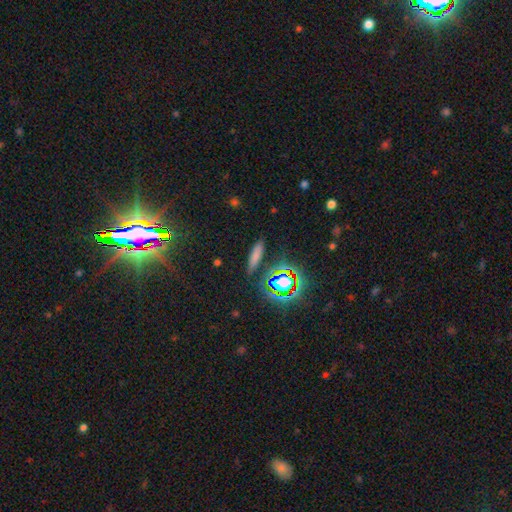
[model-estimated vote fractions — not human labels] The model was most divided on "how rounded": cigar-shaped: 70%, in between: 25%, round: 5%. More confident: merging — none (84%); smooth or featured — smooth (67%).